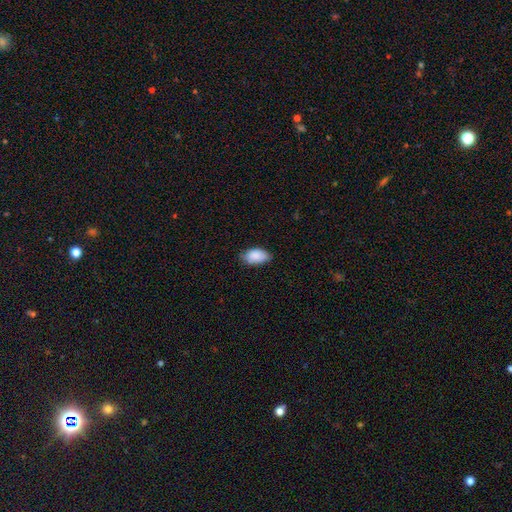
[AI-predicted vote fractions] Q: Smooth or featured?
A: smooth (88%); runner-up: star or artifact (7%)
Q: How rounded?
A: in between (93%); runner-up: round (6%)
Q: Merging?
A: none (73%); runner-up: minor disturbance (23%)